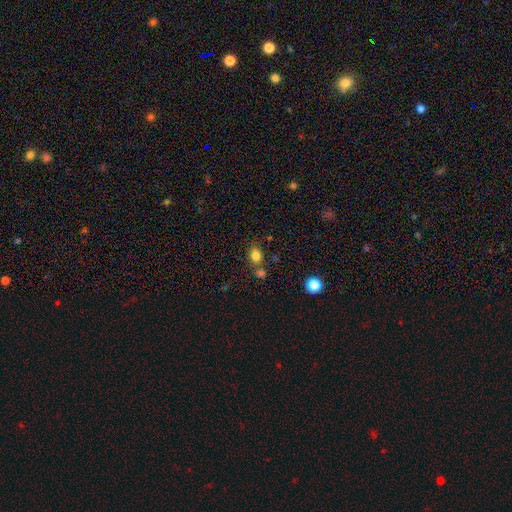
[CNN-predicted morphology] smooth_or_featured: smooth (p=0.81) [alt: star or artifact p=0.13]
how_rounded: round (p=0.50) [alt: in between p=0.49]
merging: none (p=0.65) [alt: merger p=0.18]